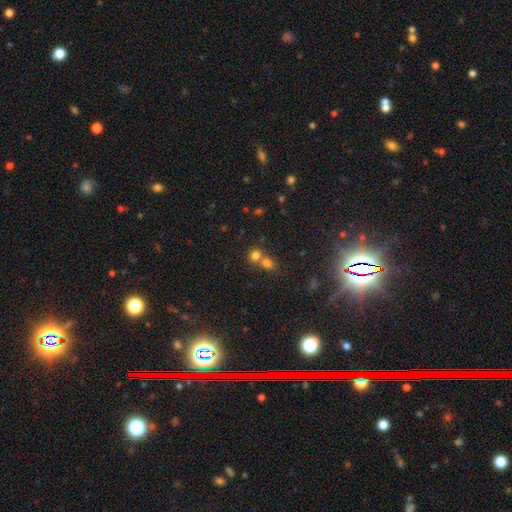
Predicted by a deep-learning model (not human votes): Morphology: type=smooth (76%); roundness=round (77%); merging=merger (54%).